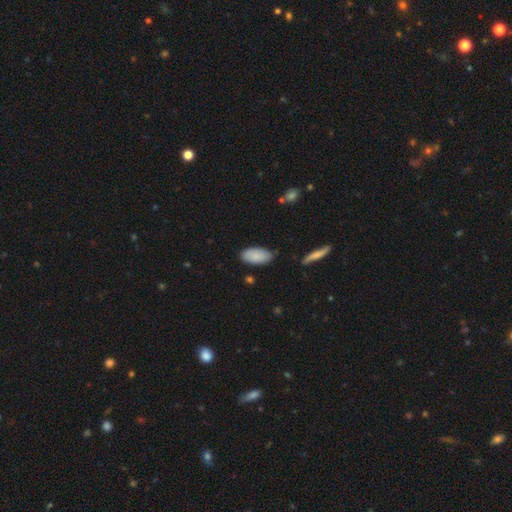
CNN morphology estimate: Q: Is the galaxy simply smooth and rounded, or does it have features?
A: smooth — 86%.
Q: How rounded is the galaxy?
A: in between — 94%.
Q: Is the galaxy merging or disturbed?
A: none — 82%.